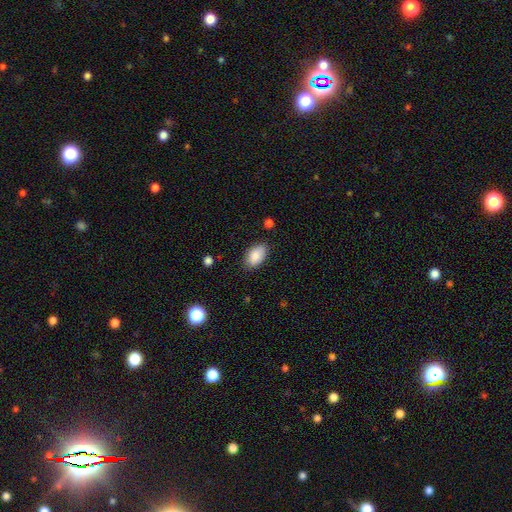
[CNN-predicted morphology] Smooth or featured: smooth — 88% (star or artifact — 7%)
How rounded: in between — 94% (round — 5%)
Merging: none — 83% (minor disturbance — 13%)